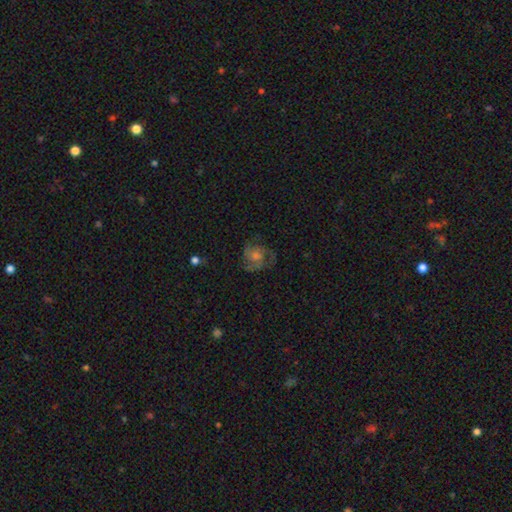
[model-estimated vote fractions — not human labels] This is likely a featured or disk galaxy (68%). It is clearly not viewed edge-on (98%). Bar: likely no (73%). Spiral arm pattern: clearly yes (91%). Spiral arm count: marginally 3 (34%). Spiral winding: possibly medium (47%). Central bulge: possibly moderate (49%). Merging: likely none (70%).